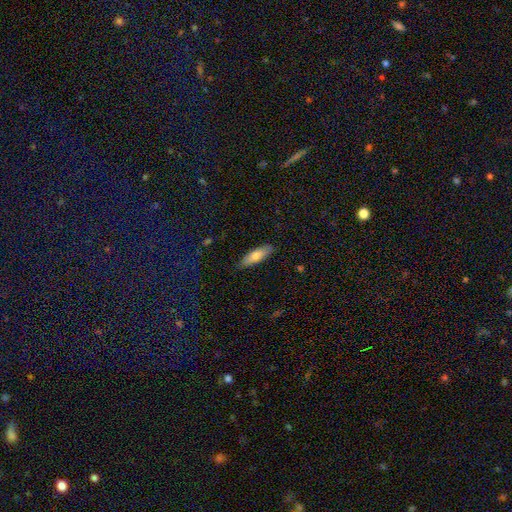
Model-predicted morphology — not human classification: A smooth galaxy with no disk features (74%) that is in between round and cigar-shaped (51%).

Vote fractions:
- Smooth or featured? smooth: 74% / featured or disk: 20% / star or artifact: 6%
- How rounded? in between: 51% / cigar-shaped: 47% / round: 2%
- Merging? none: 87% / minor disturbance: 10% / major disturbance: 2% / merger: 1%